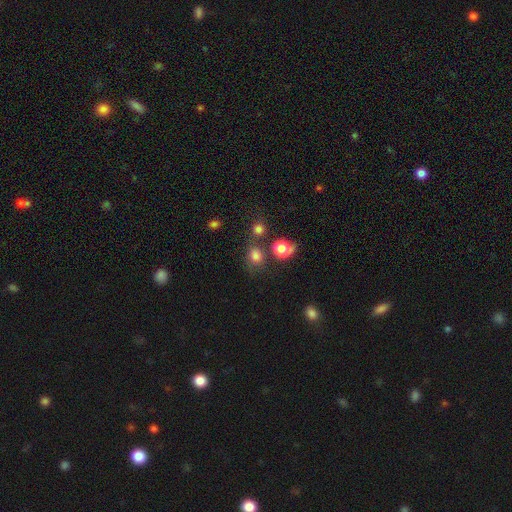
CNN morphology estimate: Q: Smooth or featured?
A: smooth (77%); runner-up: star or artifact (15%)
Q: How rounded?
A: round (67%); runner-up: in between (32%)
Q: Merging?
A: none (58%); runner-up: merger (17%)